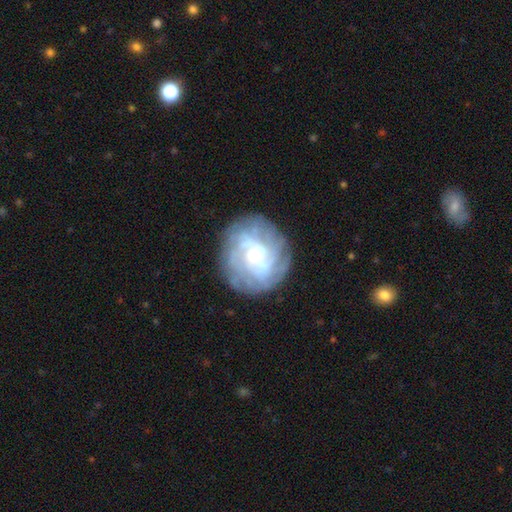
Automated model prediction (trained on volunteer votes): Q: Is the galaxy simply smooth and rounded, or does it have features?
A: featured or disk — 76%.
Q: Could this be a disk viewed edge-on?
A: no — 97%.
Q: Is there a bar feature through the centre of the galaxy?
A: no — 53%.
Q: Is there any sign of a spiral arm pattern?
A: yes — 87%.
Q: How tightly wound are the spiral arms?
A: tight — 61%.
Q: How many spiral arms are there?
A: can't tell — 48%.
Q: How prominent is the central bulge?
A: small — 58%.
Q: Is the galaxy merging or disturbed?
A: none — 80%.